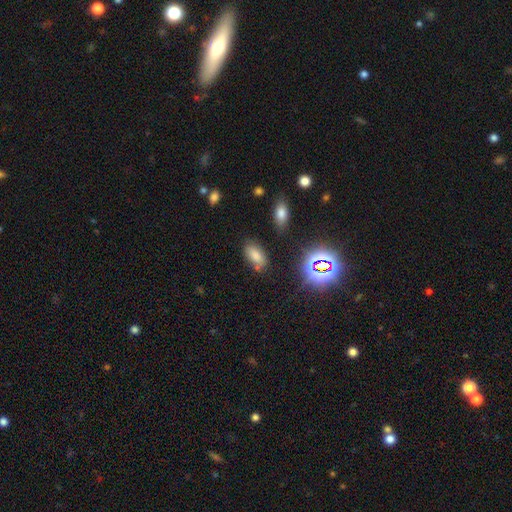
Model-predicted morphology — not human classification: A smooth galaxy with no disk features (74%) that is in between round and cigar-shaped (91%).

Vote fractions:
- Smooth or featured? smooth: 74% / star or artifact: 17% / featured or disk: 9%
- How rounded? in between: 91% / round: 5% / cigar-shaped: 4%
- Merging? none: 71% / minor disturbance: 17% / merger: 7% / major disturbance: 5%